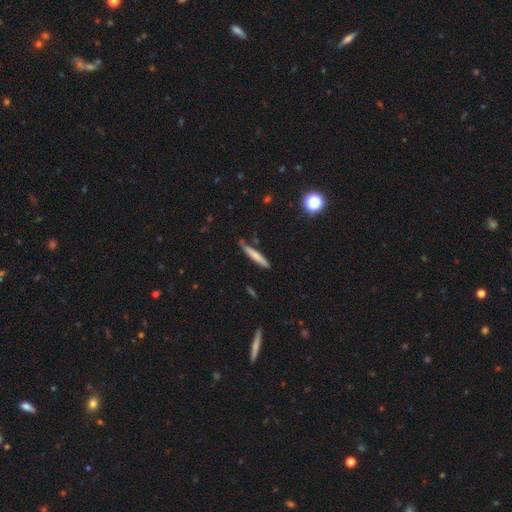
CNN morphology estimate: A smooth galaxy with no disk features (66%) that is cigar-shaped (93%).

Vote fractions:
- Smooth or featured? smooth: 66% / featured or disk: 27% / star or artifact: 7%
- How rounded? cigar-shaped: 93% / in between: 5% / round: 1%
- Merging? none: 78% / minor disturbance: 16% / merger: 3% / major disturbance: 3%